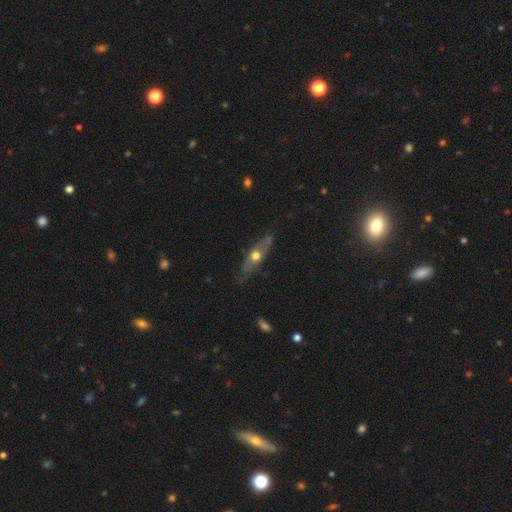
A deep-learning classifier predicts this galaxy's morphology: A featured or disk galaxy (58%) viewed edge-on (66%).

Vote fractions:
- Smooth or featured? featured or disk: 58% / smooth: 36% / star or artifact: 6%
- Edge-on disk? yes: 66% / no: 34%
- Merging? none: 71% / minor disturbance: 21% / major disturbance: 6% / merger: 2%